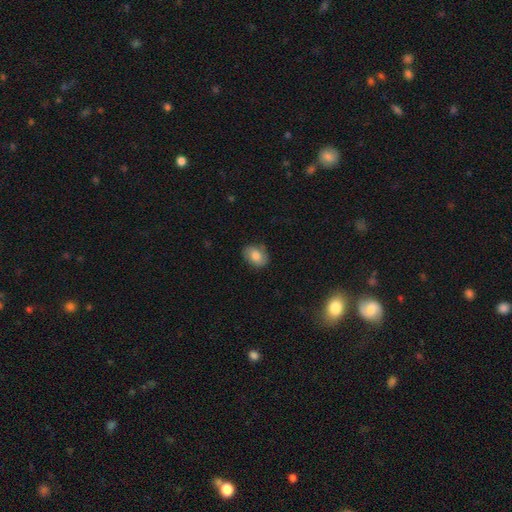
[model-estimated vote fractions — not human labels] This is likely a smooth galaxy (71%). How rounded: likely in between (67%). Merging: likely none (77%).